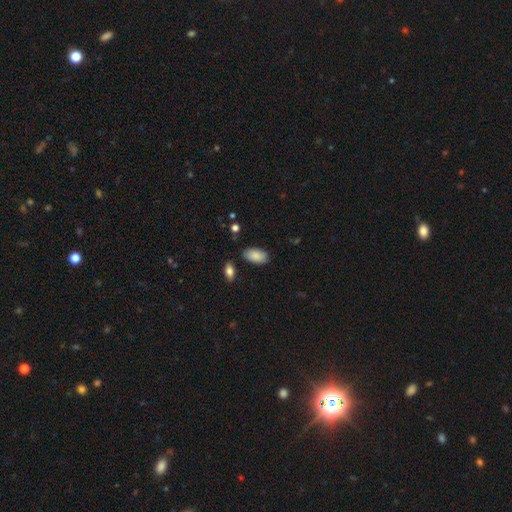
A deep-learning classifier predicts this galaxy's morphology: A smooth galaxy with no disk features (88%) that is in between round and cigar-shaped (95%).

Vote fractions:
- Smooth or featured? smooth: 88% / star or artifact: 6% / featured or disk: 6%
- How rounded? in between: 95% / round: 3% / cigar-shaped: 2%
- Merging? none: 83% / minor disturbance: 12% / merger: 3% / major disturbance: 3%